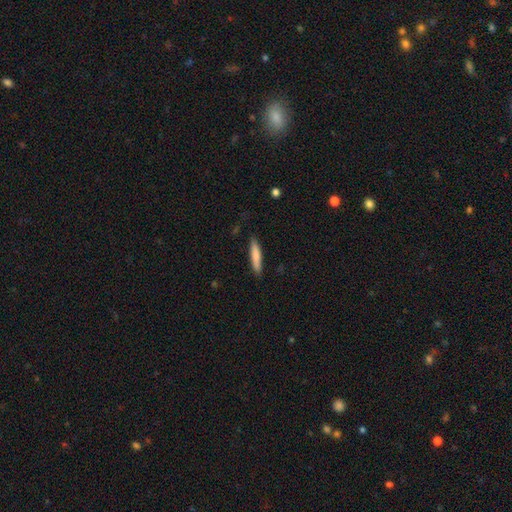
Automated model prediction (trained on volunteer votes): Morphology: type=smooth (78%); roundness=cigar-shaped (89%); merging=none (86%).